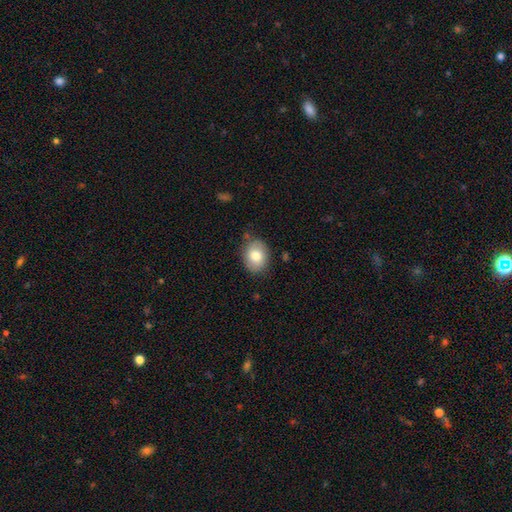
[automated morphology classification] This appears to be a smooth galaxy with no disk features (78%) that is in between round and cigar-shaped (57%). Merging: none (80%).